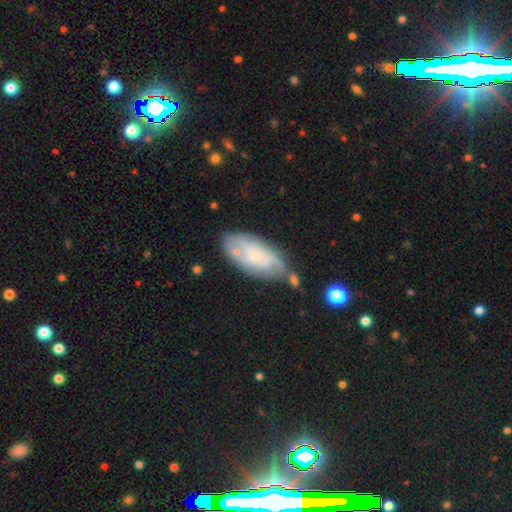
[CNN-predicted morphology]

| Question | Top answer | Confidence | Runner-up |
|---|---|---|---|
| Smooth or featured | featured or disk | 58% | smooth (35%) |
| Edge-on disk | no | 91% | yes (9%) |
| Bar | no | 69% | weak (26%) |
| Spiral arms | yes | 75% | no (25%) |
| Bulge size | small | 59% | moderate (21%) |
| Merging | none | 58% | minor disturbance (25%) |